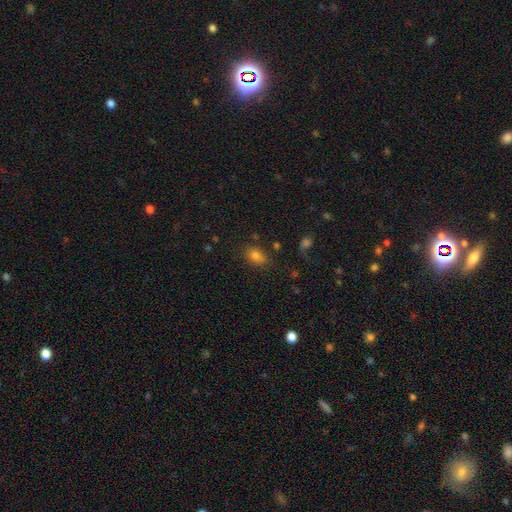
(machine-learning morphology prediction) Overall: smooth (75%). How rounded: in between (64%; round 35%). Merging: none (73%).